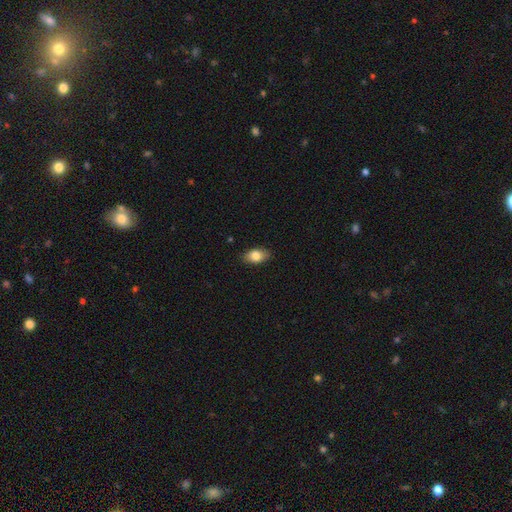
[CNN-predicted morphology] Smooth or featured?
  - smooth: 82% *
  - featured or disk: 11%
  - star or artifact: 7%
How rounded?
  - in between: 89% *
  - round: 8%
  - cigar-shaped: 3%
Merging?
  - none: 87% *
  - minor disturbance: 10%
  - major disturbance: 2%
  - merger: 1%